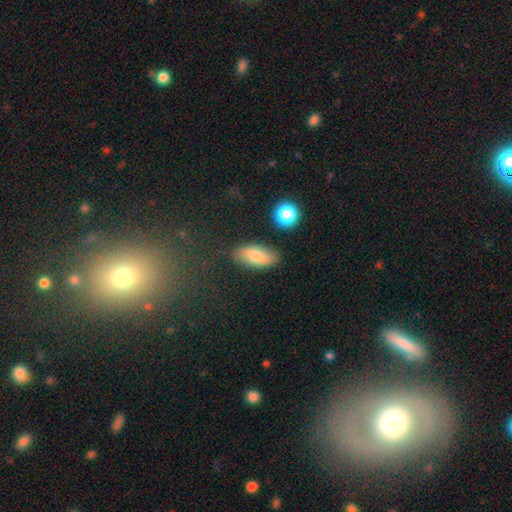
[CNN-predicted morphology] Smooth or featured? smooth (74%)
How rounded? in between (89%)
Merging? none (81%)